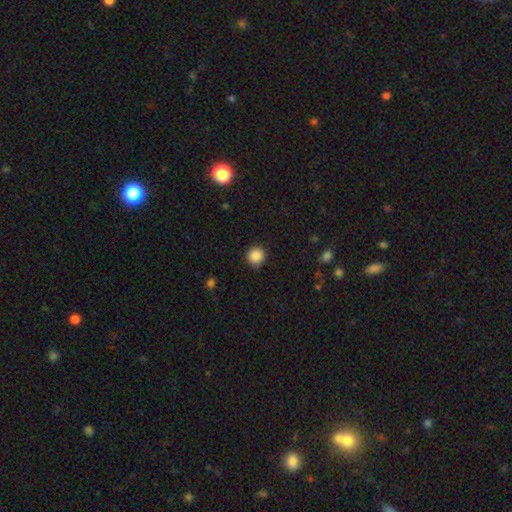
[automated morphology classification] The model was most divided on "smooth or featured": smooth: 87%, star or artifact: 10%, featured or disk: 3%. More confident: how rounded — round (95%); merging — none (91%).